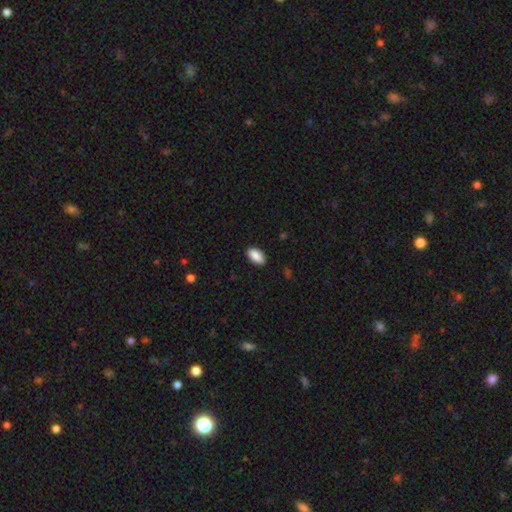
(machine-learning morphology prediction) smooth-or-featured: smooth: 90% | star or artifact: 7% | featured or disk: 4%
  how-rounded: in between: 93% | cigar-shaped: 4% | round: 3%
  merging: none: 89% | minor disturbance: 8% | major disturbance: 2% | merger: 1%